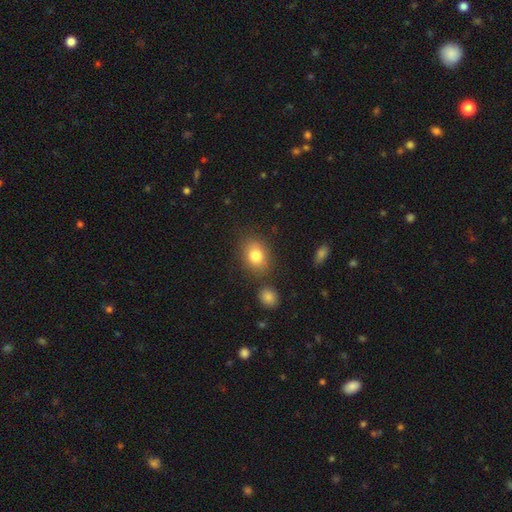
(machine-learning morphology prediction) Q: Smooth or featured?
A: smooth (81%); runner-up: star or artifact (10%)
Q: How rounded?
A: in between (60%); runner-up: round (39%)
Q: Merging?
A: none (77%); runner-up: minor disturbance (12%)